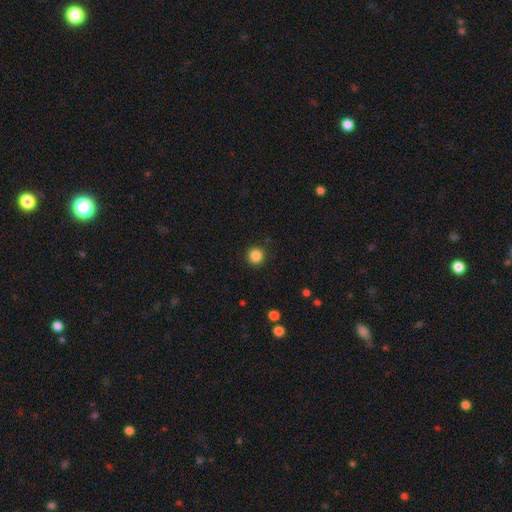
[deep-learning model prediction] Smooth or featured: smooth — 85% (star or artifact — 11%)
How rounded: round — 95% (in between — 4%)
Merging: none — 92% (minor disturbance — 5%)